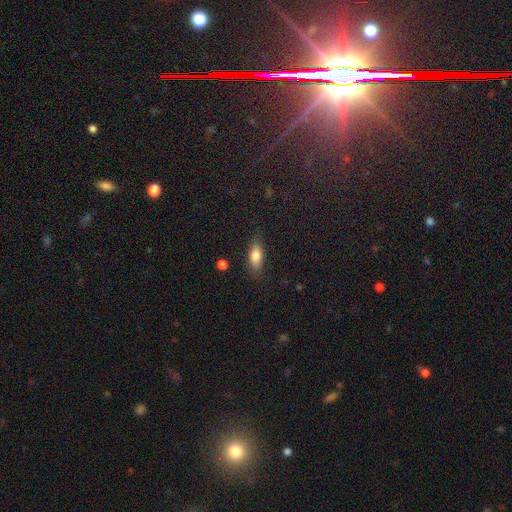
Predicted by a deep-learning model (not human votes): This appears to be a smooth galaxy with no disk features (77%) that is in between round and cigar-shaped (78%). Merging: none (80%).